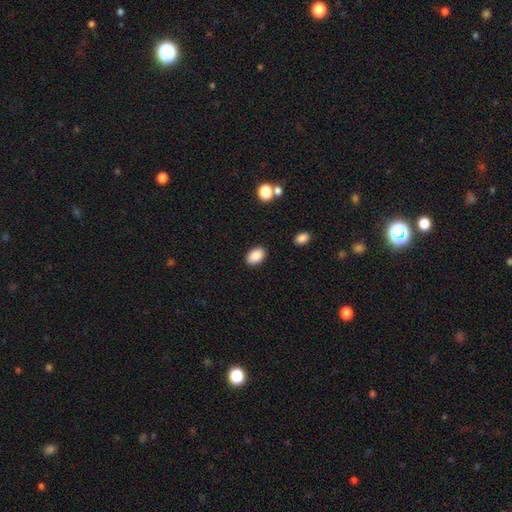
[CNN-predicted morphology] Smooth or featured? Predicted: smooth (p=0.89). How rounded? Predicted: in between (p=0.87). Merging? Predicted: none (p=0.87).